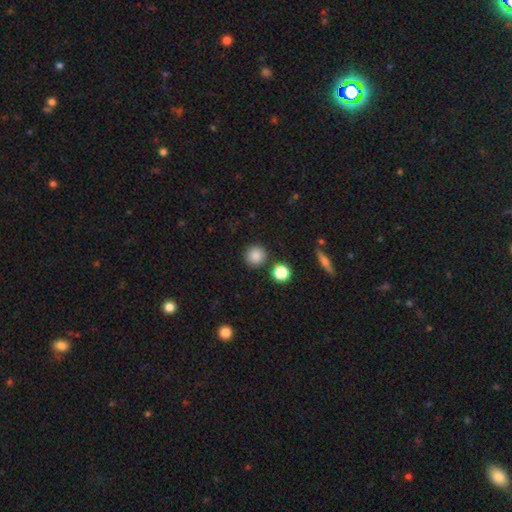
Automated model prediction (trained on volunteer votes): Overall: smooth (86%). How rounded: round (93%). Merging: none (86%).